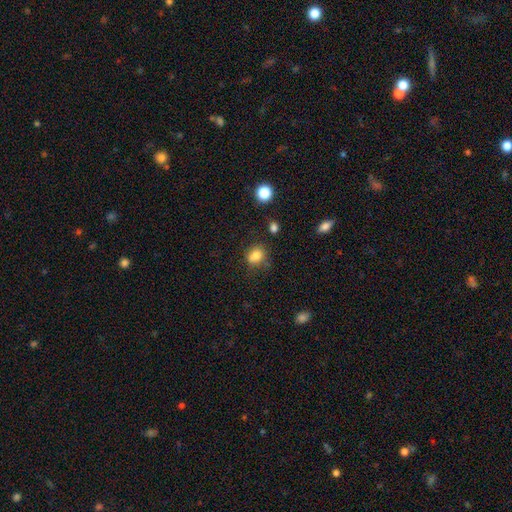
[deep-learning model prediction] Overall: smooth (80%). How rounded: round (61%; in between 38%). Merging: none (66%).